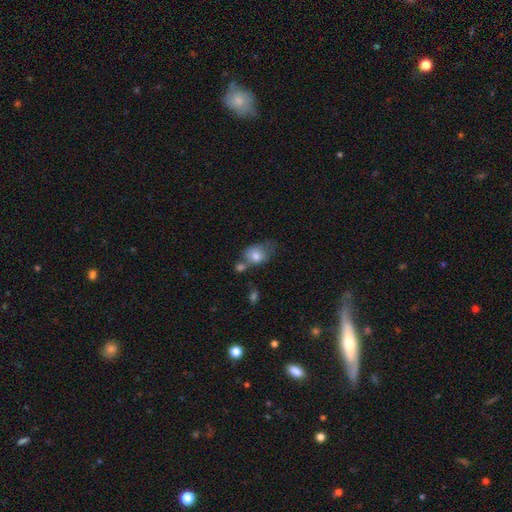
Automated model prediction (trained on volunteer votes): Overall: smooth (75%). How rounded: in between (67%; round 32%). Merging: none (29%; merger 28%).